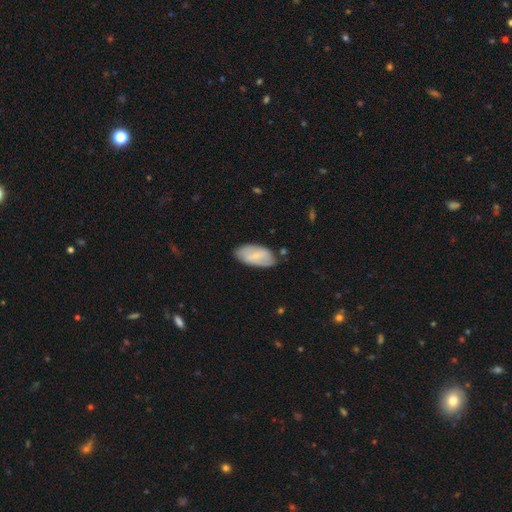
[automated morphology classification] Smooth or featured? smooth (64%)
How rounded? in between (93%)
Merging? none (72%)